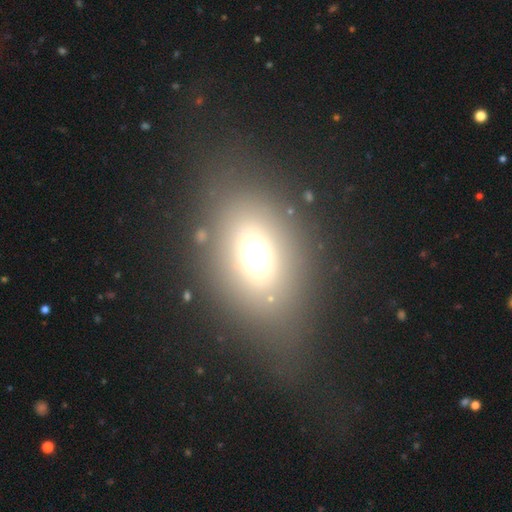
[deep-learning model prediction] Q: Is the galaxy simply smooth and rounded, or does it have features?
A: smooth — 61%.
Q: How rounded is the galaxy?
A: in between — 72%.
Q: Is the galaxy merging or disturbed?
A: none — 72%.